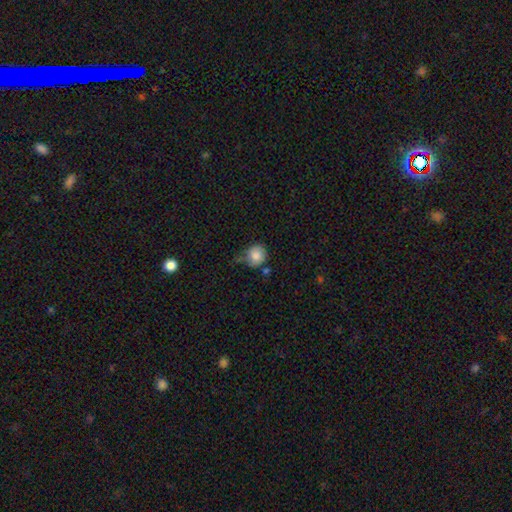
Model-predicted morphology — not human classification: Smooth or featured?
  - smooth: 83% *
  - featured or disk: 9%
  - star or artifact: 8%
How rounded?
  - round: 86% *
  - in between: 13%
  - cigar-shaped: 1%
Merging?
  - none: 53% *
  - minor disturbance: 31%
  - major disturbance: 9%
  - merger: 8%